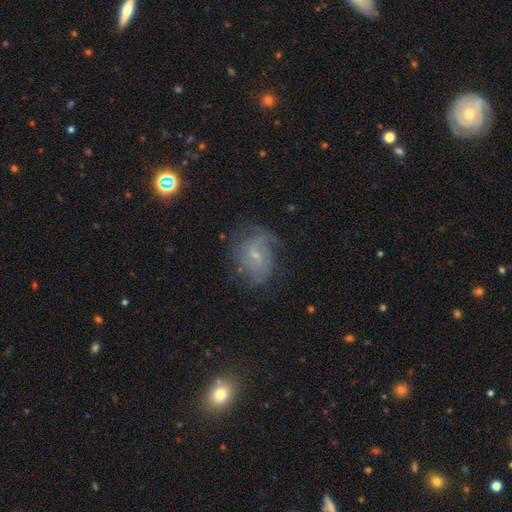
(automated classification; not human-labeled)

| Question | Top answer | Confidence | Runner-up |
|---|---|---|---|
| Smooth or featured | featured or disk | 63% | smooth (25%) |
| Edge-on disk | no | 97% | yes (3%) |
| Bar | weak | 47% | no (45%) |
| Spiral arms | yes | 81% | no (19%) |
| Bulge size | small | 70% | moderate (20%) |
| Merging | none | 58% | minor disturbance (23%) |